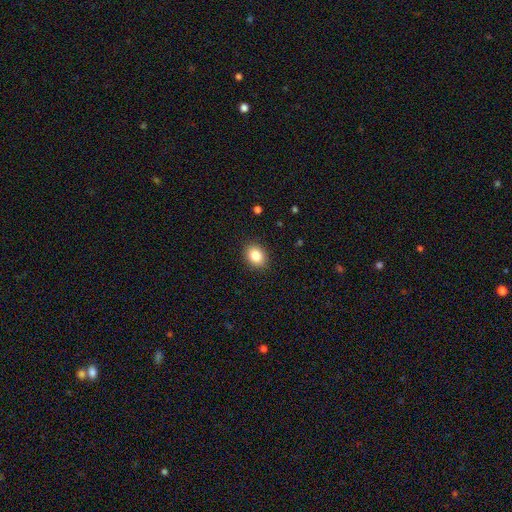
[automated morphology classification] type=smooth (84%); roundness=in between (55%); merging=none (90%).